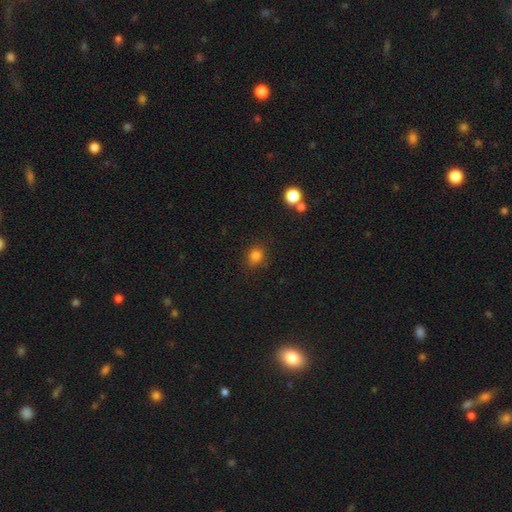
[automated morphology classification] A smooth galaxy with no disk features (82%) that is round (66%).

Vote fractions:
- Smooth or featured? smooth: 82% / star or artifact: 13% / featured or disk: 5%
- How rounded? round: 66% / in between: 33% / cigar-shaped: 1%
- Merging? none: 82% / minor disturbance: 12% / major disturbance: 3% / merger: 2%